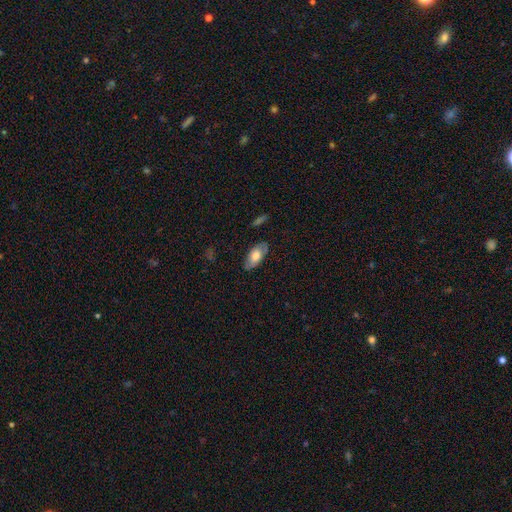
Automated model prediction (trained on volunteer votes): smooth_or_featured: smooth (p=0.67) [alt: featured or disk p=0.27]
how_rounded: in between (p=0.90) [alt: cigar-shaped p=0.07]
merging: none (p=0.80) [alt: minor disturbance p=0.15]